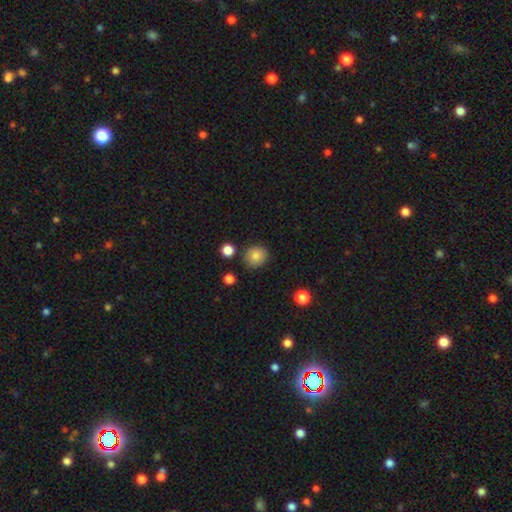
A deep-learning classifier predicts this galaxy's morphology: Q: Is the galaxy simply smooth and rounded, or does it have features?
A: smooth — 84%.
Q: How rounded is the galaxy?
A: round — 83%.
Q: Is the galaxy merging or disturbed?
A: none — 83%.